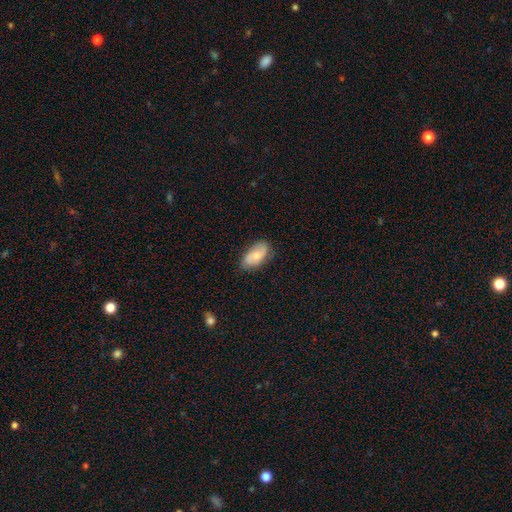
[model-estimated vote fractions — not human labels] Morphology: type=smooth (62%); roundness=in between (92%); merging=none (76%).